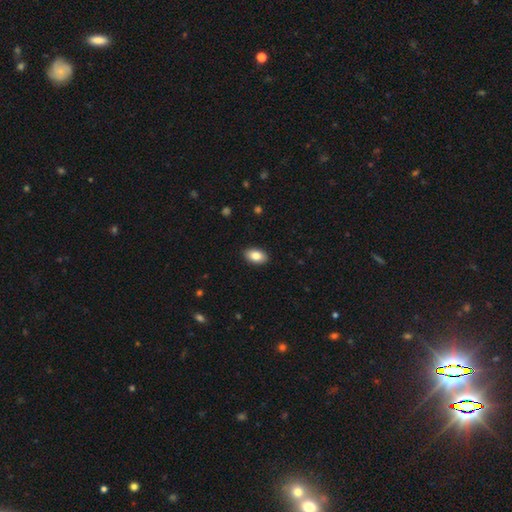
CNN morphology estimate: Smooth or featured? smooth (85%)
How rounded? in between (92%)
Merging? none (90%)